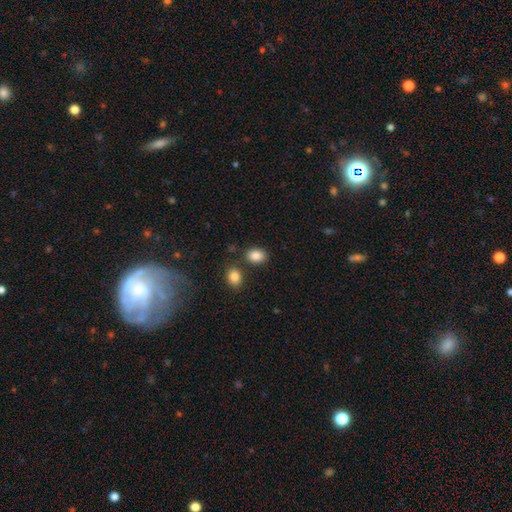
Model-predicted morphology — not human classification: type=smooth (87%); roundness=in between (69%); merging=none (76%).